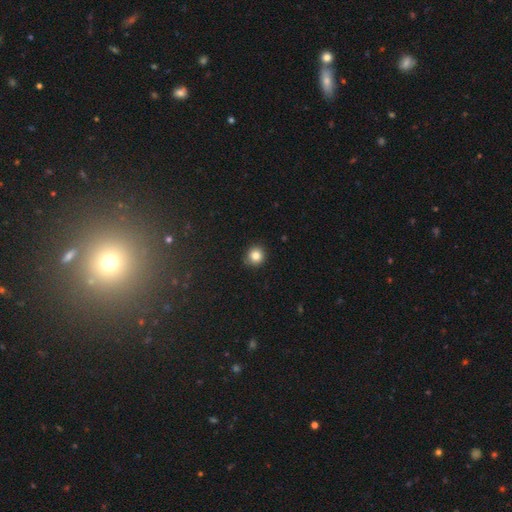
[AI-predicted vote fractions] Smooth or featured? Predicted: smooth (p=0.83). How rounded? Predicted: round (p=0.92). Merging? Predicted: none (p=0.89).